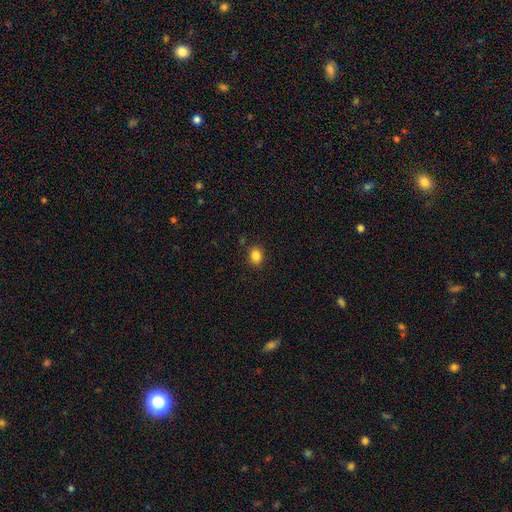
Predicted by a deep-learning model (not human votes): This appears to be a smooth galaxy with no disk features (85%) that is round (56%). Merging: none (87%).